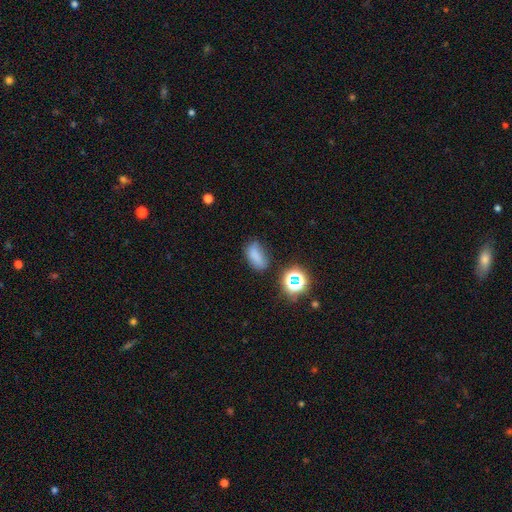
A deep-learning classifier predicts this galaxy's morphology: Q: Smooth or featured?
A: smooth (72%); runner-up: star or artifact (18%)
Q: How rounded?
A: in between (82%); runner-up: round (10%)
Q: Merging?
A: none (63%); runner-up: minor disturbance (24%)